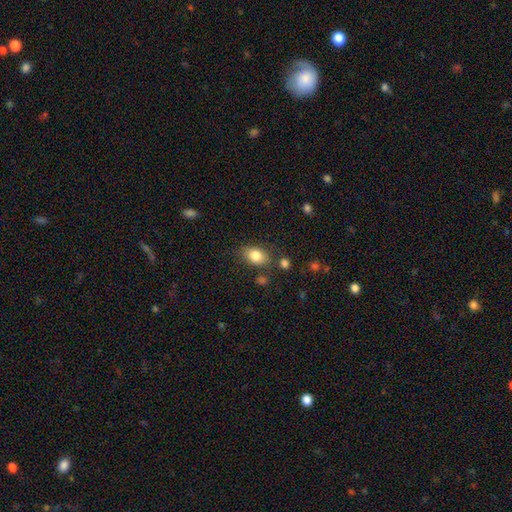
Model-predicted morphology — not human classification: Smooth or featured? Predicted: smooth (p=0.83). How rounded? Predicted: in between (p=0.83). Merging? Predicted: none (p=0.75).